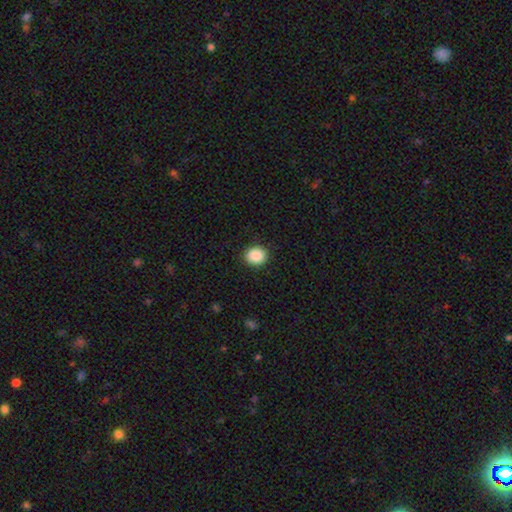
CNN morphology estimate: type=smooth (89%); roundness=round (73%); merging=none (91%).